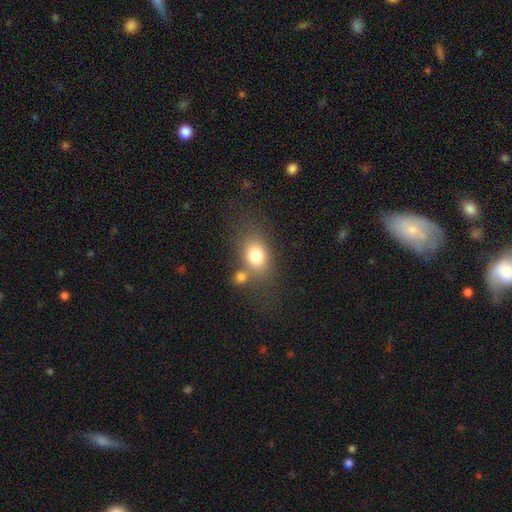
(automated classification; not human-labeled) A smooth galaxy with no disk features (78%) that is in between round and cigar-shaped (68%). Merging: none (56%).